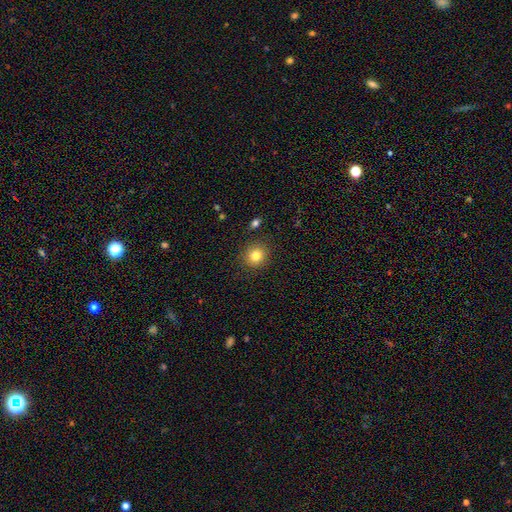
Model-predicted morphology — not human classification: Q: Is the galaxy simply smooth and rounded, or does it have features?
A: smooth — 82%.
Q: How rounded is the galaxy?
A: round — 85%.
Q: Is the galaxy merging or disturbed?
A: none — 88%.